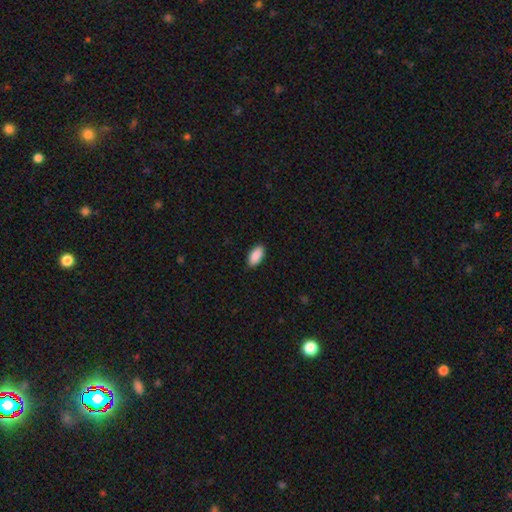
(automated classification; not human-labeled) Smooth or featured: smooth — 91% (star or artifact — 6%)
How rounded: in between — 94% (cigar-shaped — 4%)
Merging: none — 89% (minor disturbance — 8%)